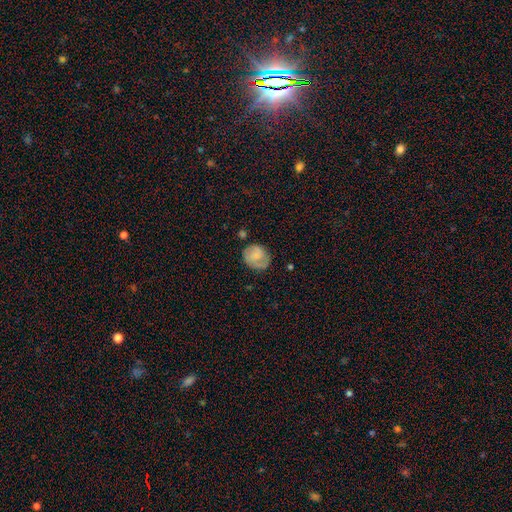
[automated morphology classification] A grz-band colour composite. It shows a smooth galaxy with no disk features (47%). Merging: none (67%).